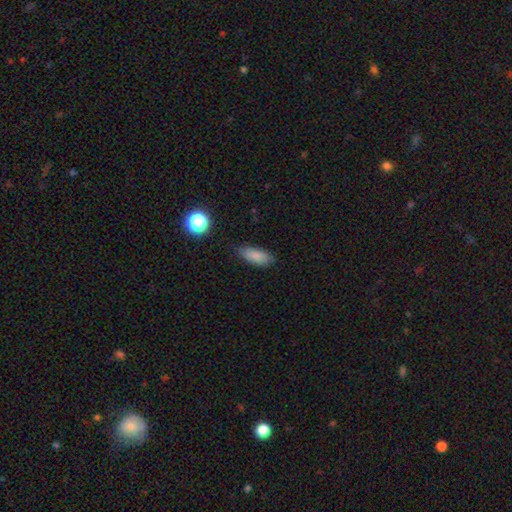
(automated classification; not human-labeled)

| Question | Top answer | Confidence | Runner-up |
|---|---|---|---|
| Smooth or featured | smooth | 84% | star or artifact (9%) |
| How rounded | in between | 77% | cigar-shaped (20%) |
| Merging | none | 77% | minor disturbance (18%) |